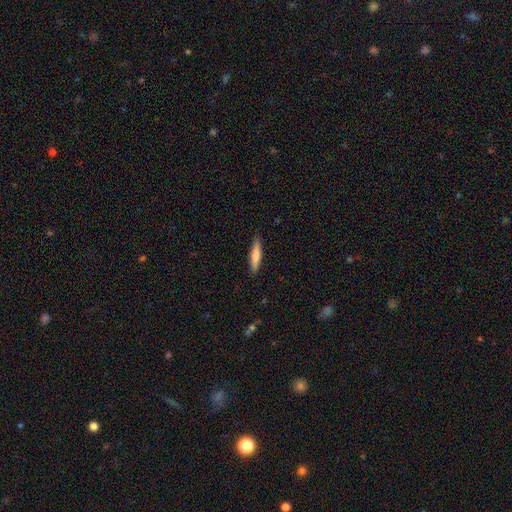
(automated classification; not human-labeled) Smooth or featured? smooth (73%)
How rounded? cigar-shaped (84%)
Merging? none (88%)